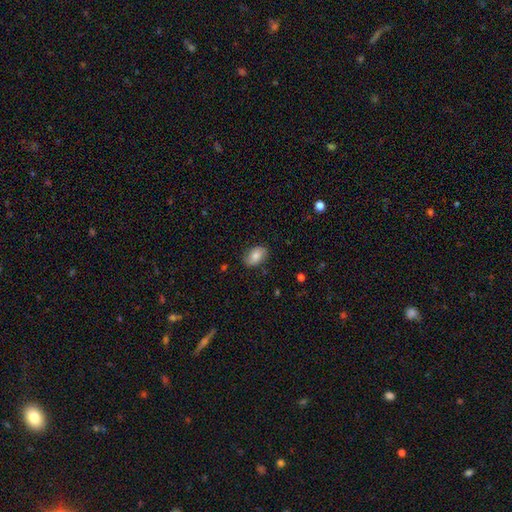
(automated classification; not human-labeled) Smooth or featured: smooth — 75% (featured or disk — 18%)
How rounded: in between — 89% (round — 10%)
Merging: none — 81% (minor disturbance — 14%)